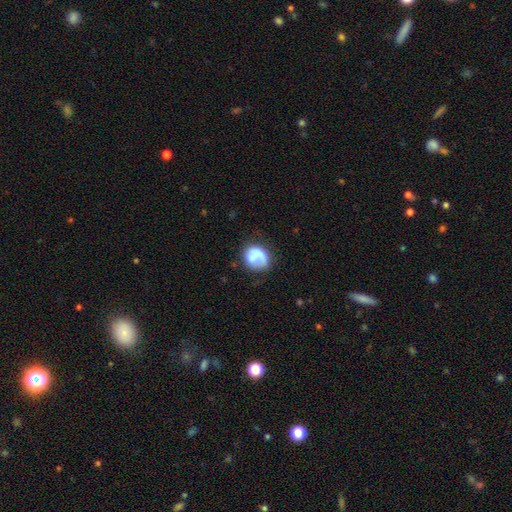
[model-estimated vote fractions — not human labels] Smooth or featured: smooth — 62% (featured or disk — 30%)
How rounded: round — 66% (in between — 33%)
Merging: none — 46% (minor disturbance — 23%)